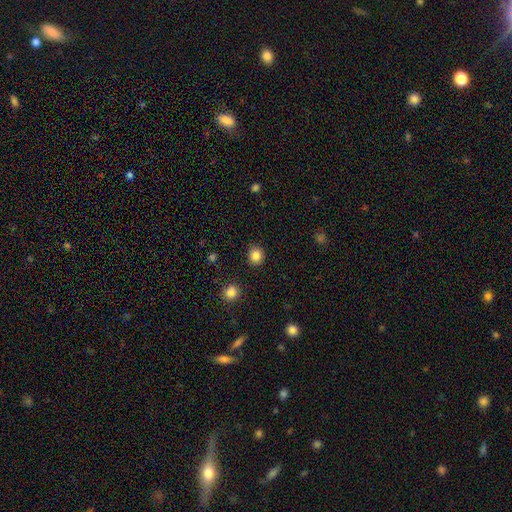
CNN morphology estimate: Smooth or featured? smooth (85%)
How rounded? round (83%)
Merging? none (90%)